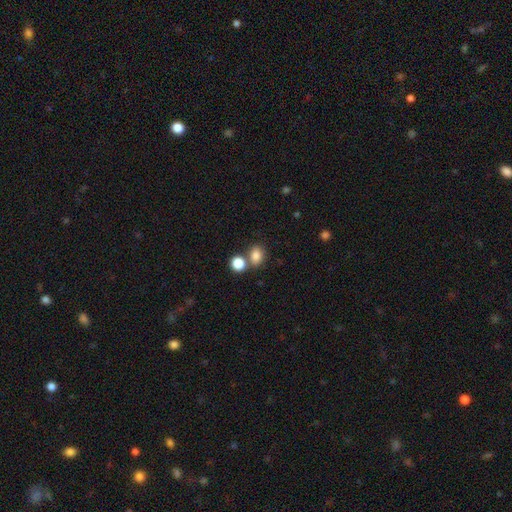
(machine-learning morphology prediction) smooth 83%, star or artifact 11%, featured or disk 6%. Down the decision tree: how rounded — in between (55%); merging — none (60%).